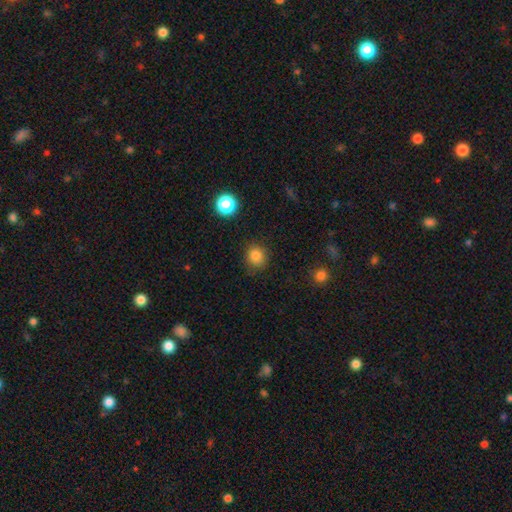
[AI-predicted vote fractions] This appears to be a smooth galaxy with no disk features (83%) that is round (88%). Merging: none (85%).